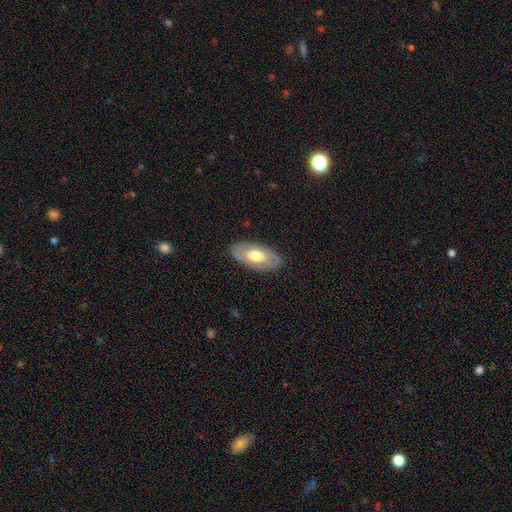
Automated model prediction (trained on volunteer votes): A smooth galaxy with no disk features (50%). Merging: none (83%).